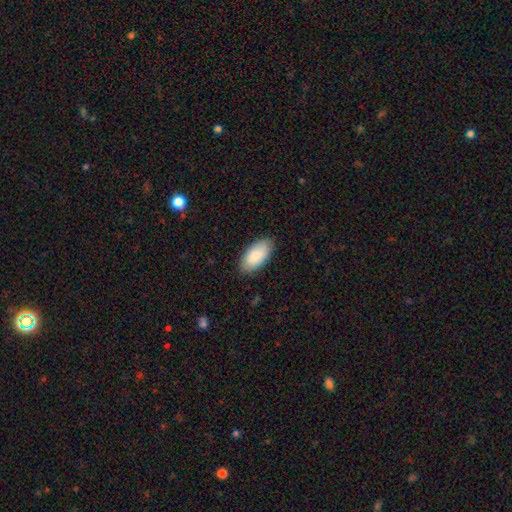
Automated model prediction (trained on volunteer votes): A smooth galaxy with no disk features (89%) that is in between round and cigar-shaped (94%). Merging: none (86%).